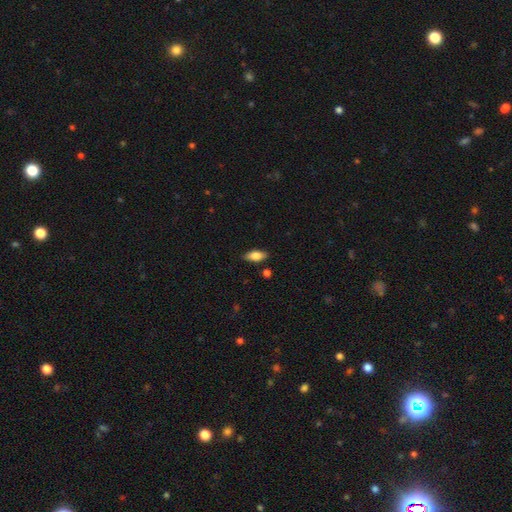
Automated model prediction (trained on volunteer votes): This is likely a smooth galaxy (79%). How rounded: clearly in between (85%). Merging: clearly none (85%).